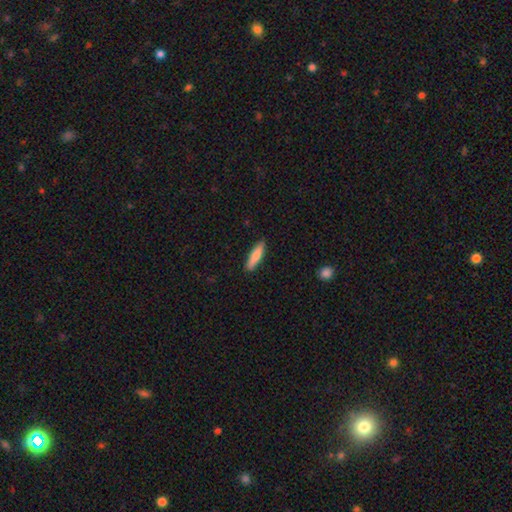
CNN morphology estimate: A smooth galaxy with no disk features (77%) that is cigar-shaped (78%). Merging: none (89%).